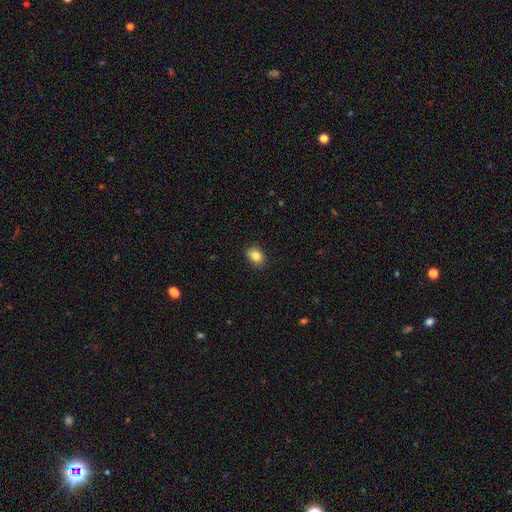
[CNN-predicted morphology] A smooth galaxy with no disk features (84%) that is in between round and cigar-shaped (73%).

Vote fractions:
- Smooth or featured? smooth: 84% / star or artifact: 9% / featured or disk: 7%
- How rounded? in between: 73% / round: 26% / cigar-shaped: 1%
- Merging? none: 82% / minor disturbance: 14% / major disturbance: 2% / merger: 1%